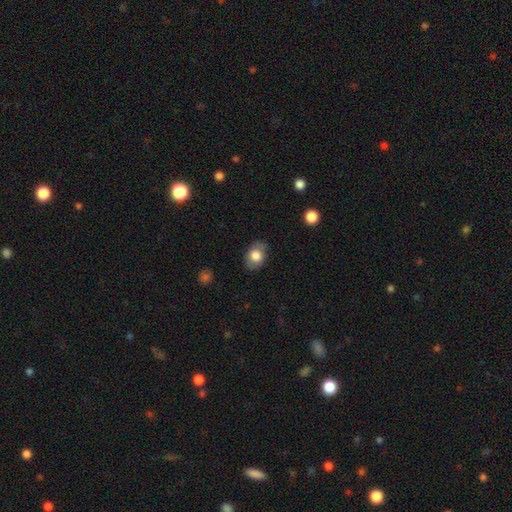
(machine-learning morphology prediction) smooth_or_featured: smooth (p=0.78) [alt: featured or disk p=0.15]
how_rounded: in between (p=0.77) [alt: round p=0.21]
merging: none (p=0.79) [alt: minor disturbance p=0.16]